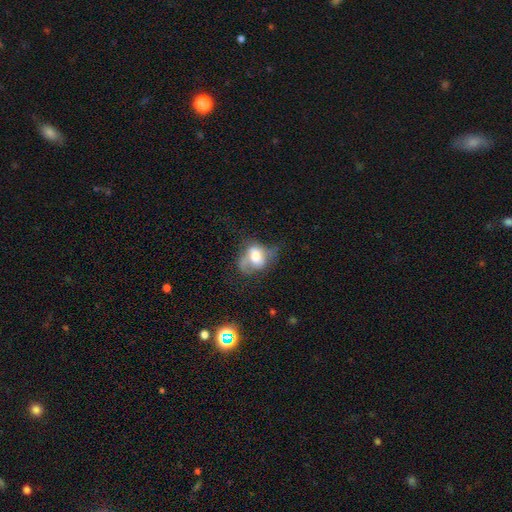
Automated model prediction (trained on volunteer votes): A smooth galaxy with no disk features (56%) that is in between round and cigar-shaped (60%).

Vote fractions:
- Smooth or featured? smooth: 56% / featured or disk: 34% / star or artifact: 10%
- How rounded? in between: 60% / round: 39% / cigar-shaped: 1%
- Merging? major disturbance: 35% / none: 30% / minor disturbance: 29% / merger: 6%